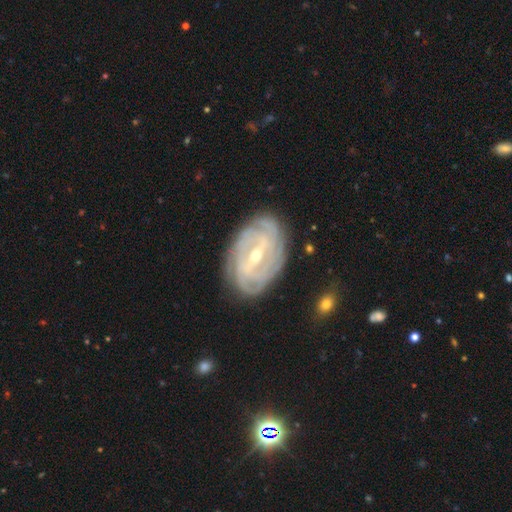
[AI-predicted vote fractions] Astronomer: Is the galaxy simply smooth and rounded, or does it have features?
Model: featured or disk — 89%.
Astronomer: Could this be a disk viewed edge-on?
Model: no — 95%.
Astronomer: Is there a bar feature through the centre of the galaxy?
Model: strong — 48% (runner-up: weak, 41%).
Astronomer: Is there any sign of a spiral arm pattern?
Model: yes — 96%.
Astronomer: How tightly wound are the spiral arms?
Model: tight — 77%.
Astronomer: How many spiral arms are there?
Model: can't tell — 30% (runner-up: 4, 21%).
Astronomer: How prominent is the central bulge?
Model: small — 51% (runner-up: moderate, 47%).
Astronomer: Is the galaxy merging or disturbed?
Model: none — 81%.